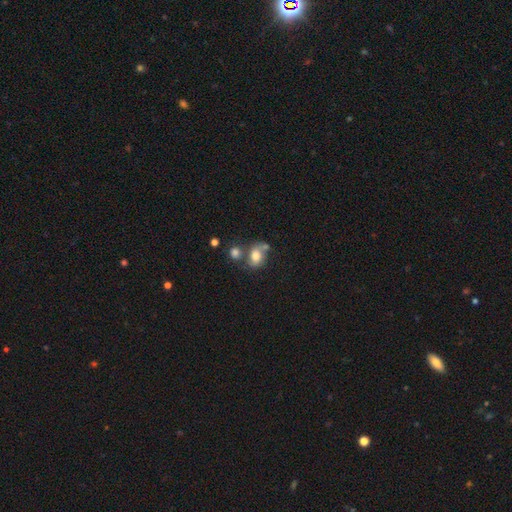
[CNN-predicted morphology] Overall: smooth (68%). How rounded: in between (57%; round 42%). Merging: none (38%; merger 33%).